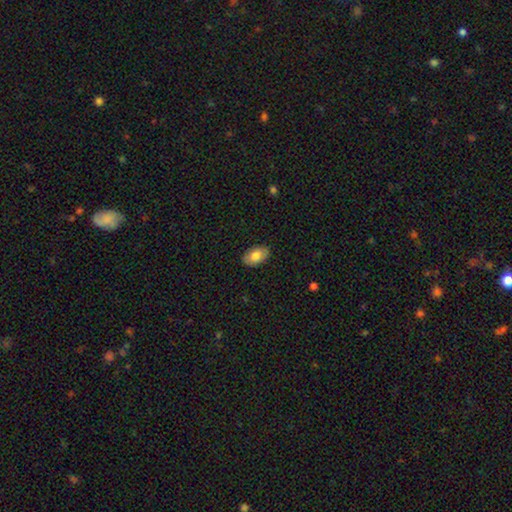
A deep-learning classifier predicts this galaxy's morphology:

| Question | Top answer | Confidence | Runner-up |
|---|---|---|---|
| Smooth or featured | smooth | 80% | featured or disk (14%) |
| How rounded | in between | 93% | round (6%) |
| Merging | none | 88% | minor disturbance (9%) |